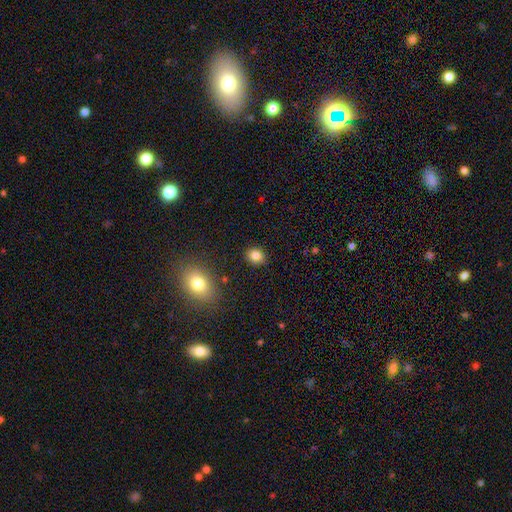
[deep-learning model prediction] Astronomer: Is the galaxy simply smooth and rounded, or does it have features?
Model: smooth — 83%.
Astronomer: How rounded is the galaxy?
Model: round — 66%.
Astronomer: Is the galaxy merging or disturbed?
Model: none — 89%.